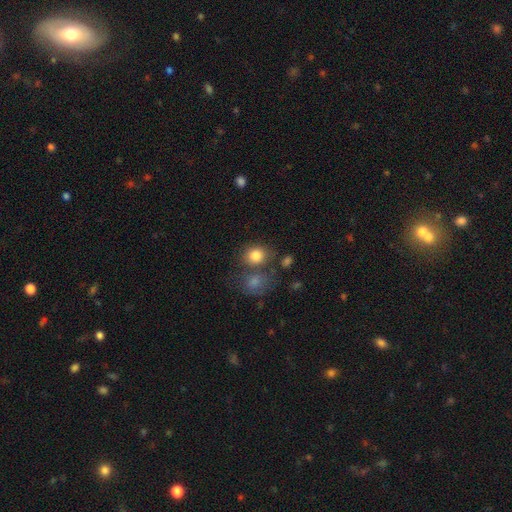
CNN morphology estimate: A smooth galaxy with no disk features (82%) that is round (70%).

Vote fractions:
- Smooth or featured? smooth: 82% / star or artifact: 10% / featured or disk: 8%
- How rounded? round: 70% / in between: 29% / cigar-shaped: 1%
- Merging? none: 59% / merger: 22% / minor disturbance: 12% / major disturbance: 6%